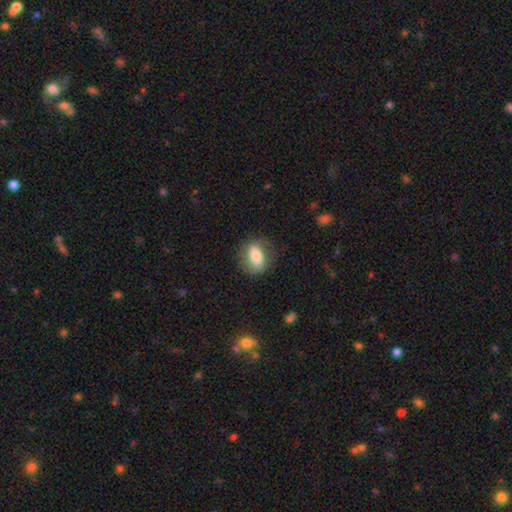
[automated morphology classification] Smooth or featured? Predicted: smooth (p=0.70). How rounded? Predicted: in between (p=0.77). Merging? Predicted: none (p=0.74).